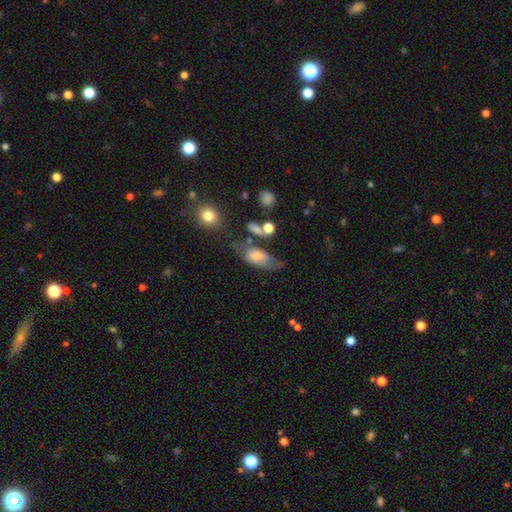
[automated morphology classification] This appears to be a smooth galaxy with no disk features (52%) that is in between round and cigar-shaped (82%). Merging: none (39%).